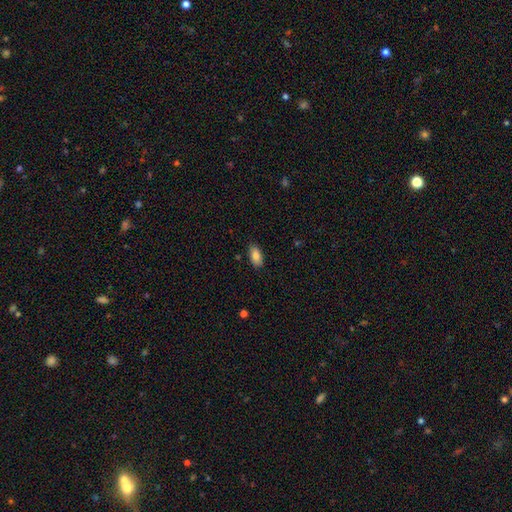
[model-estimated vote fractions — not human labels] A smooth galaxy with no disk features (84%) that is in between round and cigar-shaped (91%). Merging: none (85%).